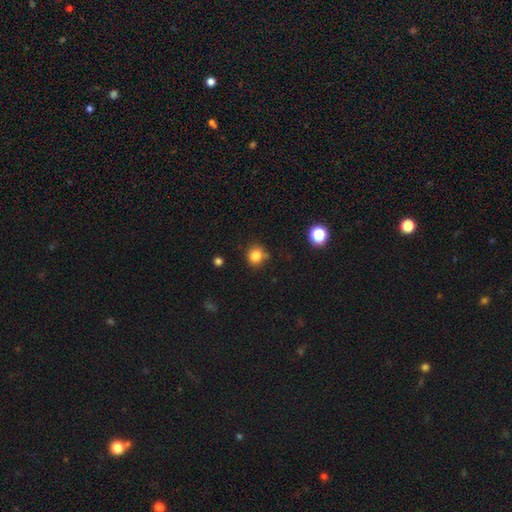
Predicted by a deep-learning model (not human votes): Smooth or featured? Predicted: smooth (p=0.83). How rounded? Predicted: round (p=0.79). Merging? Predicted: none (p=0.72).